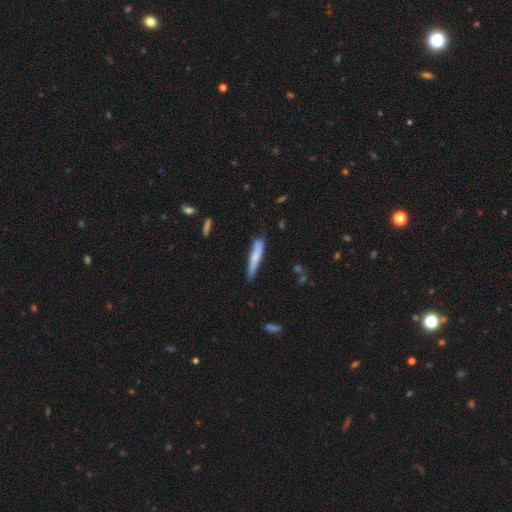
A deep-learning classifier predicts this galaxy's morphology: Q: Smooth or featured?
A: smooth (67%); runner-up: featured or disk (27%)
Q: How rounded?
A: cigar-shaped (91%); runner-up: in between (8%)
Q: Merging?
A: none (70%); runner-up: minor disturbance (23%)